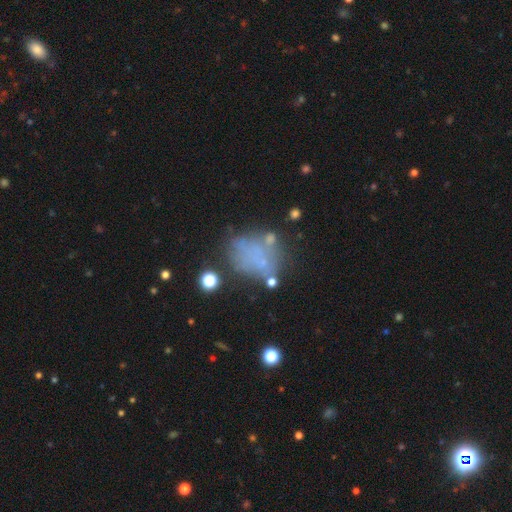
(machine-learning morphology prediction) smooth-or-featured: smooth: 46% | featured or disk: 33% | star or artifact: 20%
  merging: none: 50% | minor disturbance: 22% | major disturbance: 18% | merger: 10%